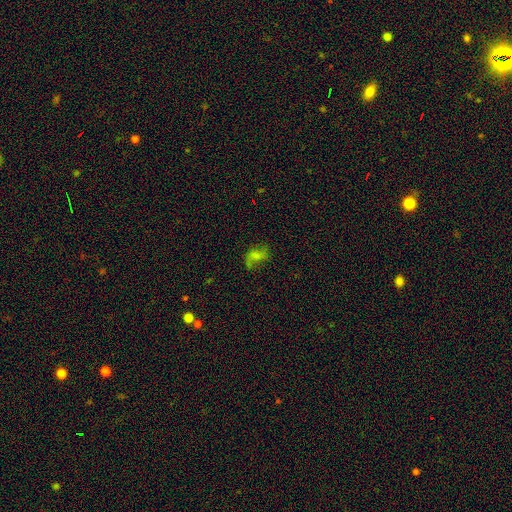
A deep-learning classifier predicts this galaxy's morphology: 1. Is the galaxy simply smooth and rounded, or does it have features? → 49% featured or disk, 31% smooth, 20% star or artifact.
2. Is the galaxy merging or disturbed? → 59% none, 20% minor disturbance, 17% major disturbance, 3% merger.